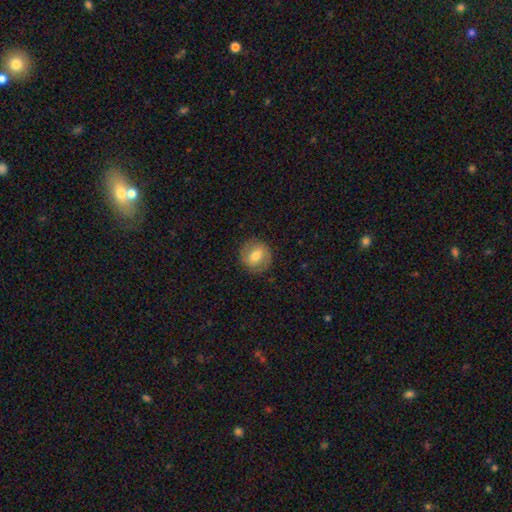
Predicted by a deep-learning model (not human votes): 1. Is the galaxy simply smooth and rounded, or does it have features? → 63% smooth, 29% featured or disk, 8% star or artifact.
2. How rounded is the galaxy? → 84% round, 15% in between, 1% cigar-shaped.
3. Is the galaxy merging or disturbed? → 86% none, 10% minor disturbance, 3% major disturbance, 1% merger.